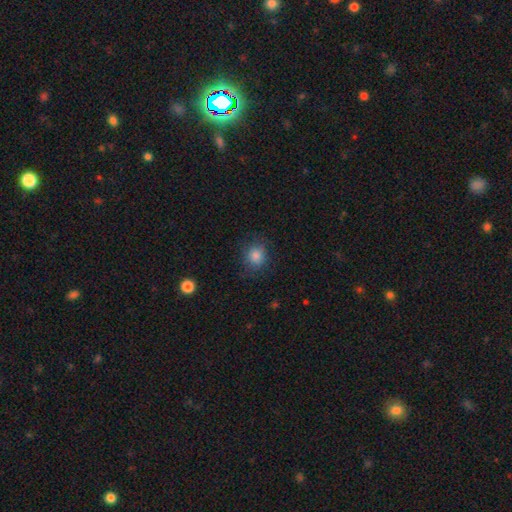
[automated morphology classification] Smooth or featured: smooth — 83% (star or artifact — 11%)
How rounded: round — 74% (in between — 25%)
Merging: none — 80% (minor disturbance — 14%)